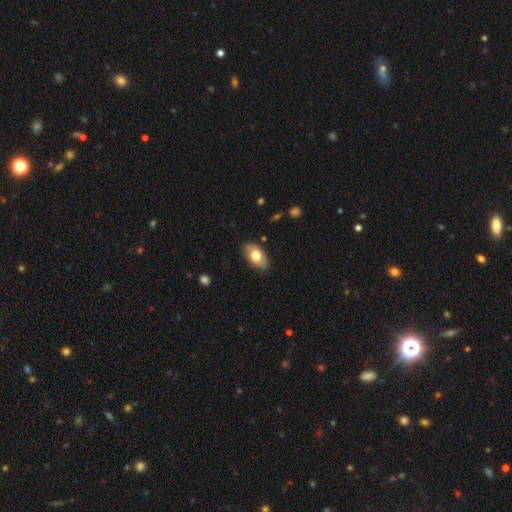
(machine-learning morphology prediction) This appears to be a smooth galaxy with no disk features (74%) that is in between round and cigar-shaped (94%). Merging: none (86%).